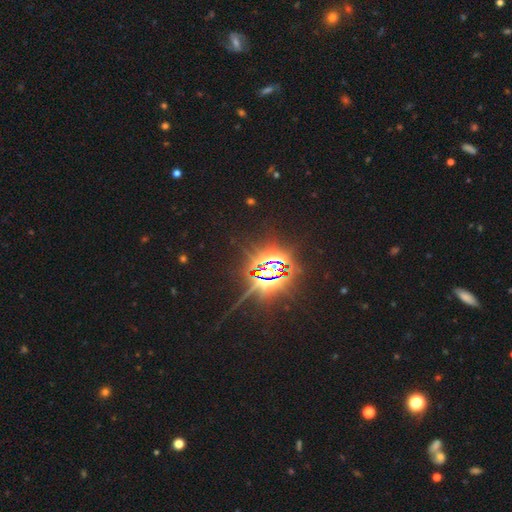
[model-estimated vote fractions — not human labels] Smooth or featured?
  - star or artifact: 86% *
  - featured or disk: 8%
  - smooth: 6%